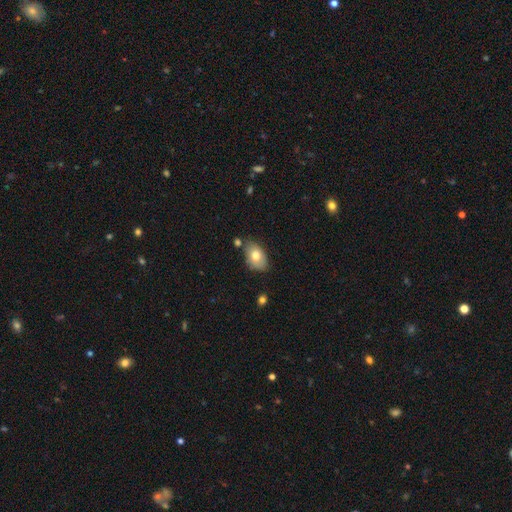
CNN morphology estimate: The model was most divided on "merging": none: 69%, minor disturbance: 20%, merger: 7%, major disturbance: 4%. More confident: how rounded — in between (86%); smooth or featured — smooth (76%).